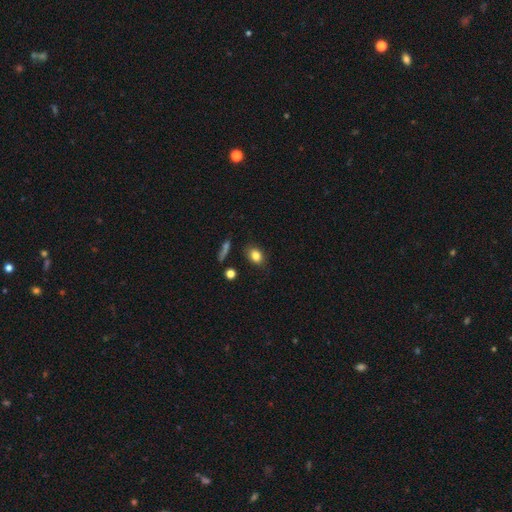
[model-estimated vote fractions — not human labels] smooth_or_featured: smooth (p=0.82) [alt: star or artifact p=0.10]
how_rounded: in between (p=0.67) [alt: round p=0.31]
merging: none (p=0.82) [alt: minor disturbance p=0.12]